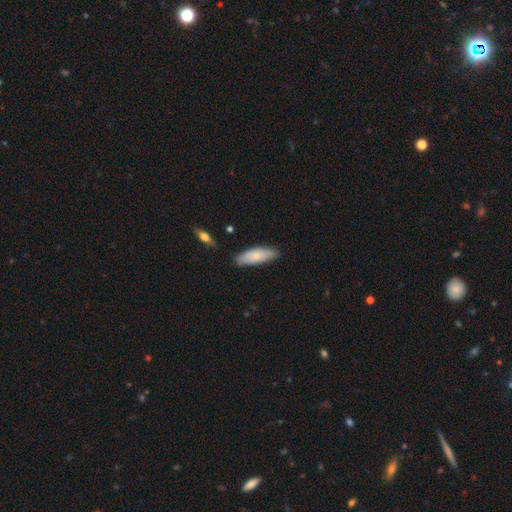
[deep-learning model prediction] Q: Smooth or featured?
A: smooth (77%); runner-up: featured or disk (17%)
Q: How rounded?
A: in between (63%); runner-up: cigar-shaped (35%)
Q: Merging?
A: none (81%); runner-up: minor disturbance (15%)